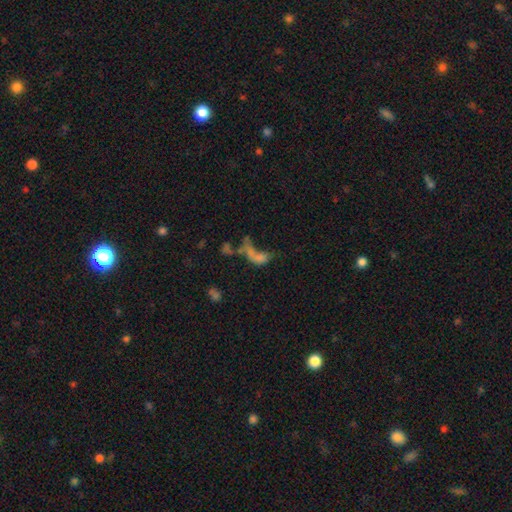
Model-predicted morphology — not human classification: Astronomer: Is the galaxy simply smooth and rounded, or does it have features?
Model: smooth — 46% (runner-up: featured or disk, 33%).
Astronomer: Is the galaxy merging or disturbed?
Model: merger — 42% (runner-up: major disturbance, 32%).